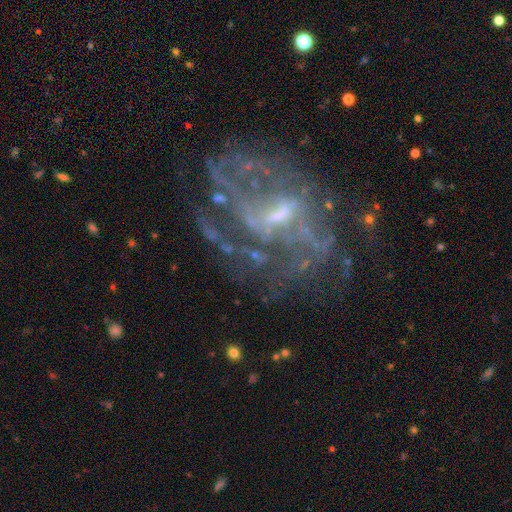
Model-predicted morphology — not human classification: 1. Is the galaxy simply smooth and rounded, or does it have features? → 80% featured or disk, 11% star or artifact, 8% smooth.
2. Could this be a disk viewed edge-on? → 97% no, 3% yes.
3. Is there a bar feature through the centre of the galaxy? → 46% weak, 28% strong, 26% no.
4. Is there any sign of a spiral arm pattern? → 76% yes, 24% no.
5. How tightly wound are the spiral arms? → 41% medium, 35% loose, 24% tight.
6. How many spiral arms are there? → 35% can't tell, 34% 2, 11% 3, 8% 1, 6% 4, 6% more than 4.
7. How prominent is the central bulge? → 48% small, 28% moderate, 19% none, 3% large, 1% dominant.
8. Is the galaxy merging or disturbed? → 49% none, 28% major disturbance, 17% minor disturbance, 6% merger.